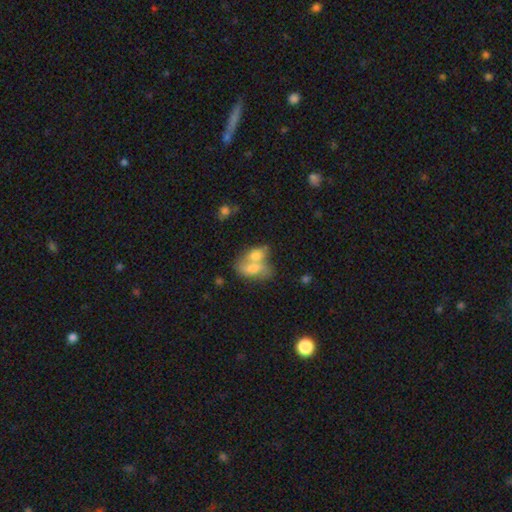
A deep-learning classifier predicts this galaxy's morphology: A smooth galaxy with no disk features (68%) that is in between round and cigar-shaped (83%). Merging: merger (70%).